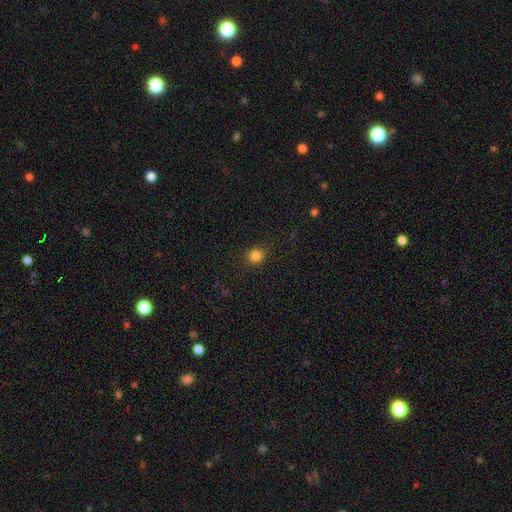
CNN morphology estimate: Overall: smooth (83%). How rounded: round (84%). Merging: none (87%).